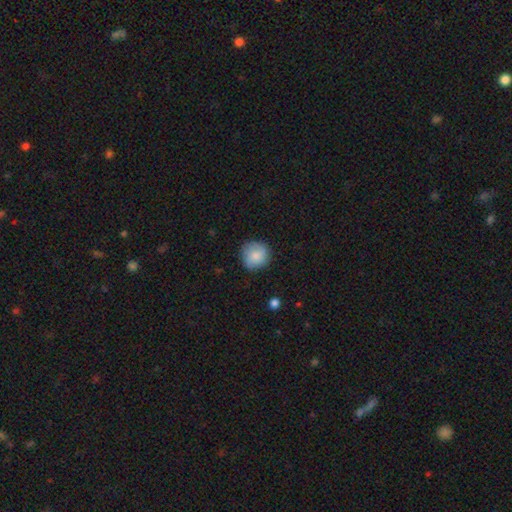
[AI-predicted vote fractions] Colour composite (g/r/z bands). It shows a smooth galaxy with no disk features (83%) that is round (92%). Merging: none (80%).